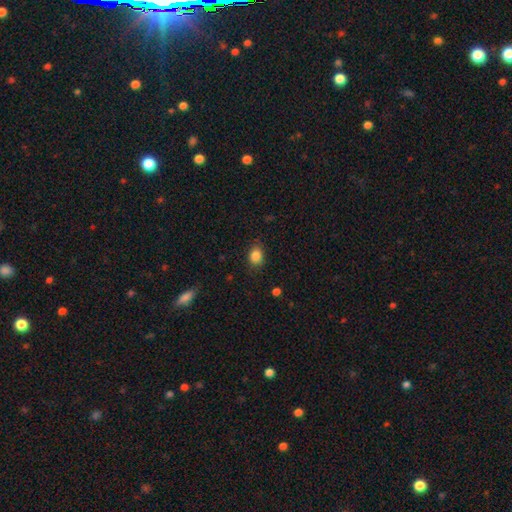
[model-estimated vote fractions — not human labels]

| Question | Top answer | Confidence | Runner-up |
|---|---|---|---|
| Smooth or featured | smooth | 86% | star or artifact (9%) |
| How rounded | in between | 62% | round (37%) |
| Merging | none | 82% | minor disturbance (14%) |